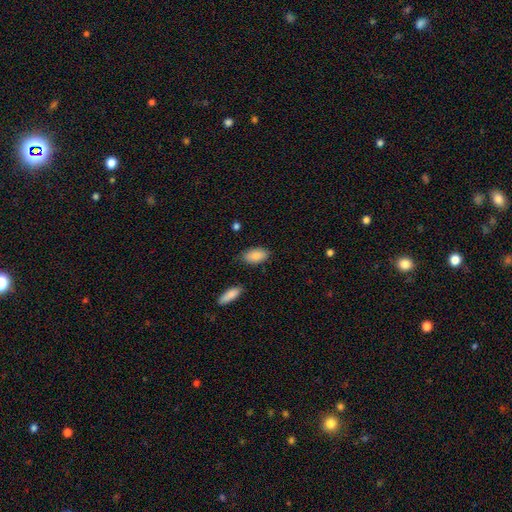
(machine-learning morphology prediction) Smooth or featured? Predicted: smooth (p=0.88). How rounded? Predicted: in between (p=0.93). Merging? Predicted: none (p=0.81).